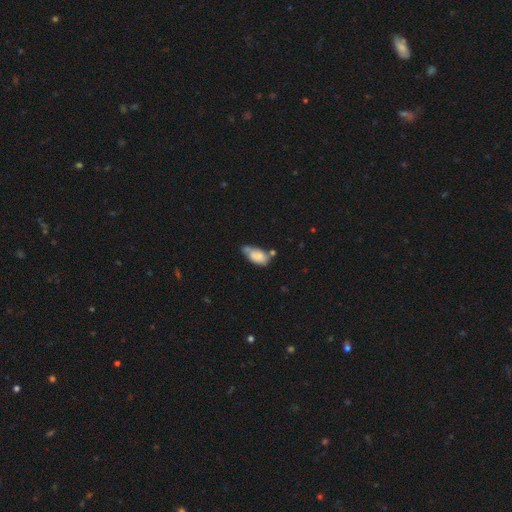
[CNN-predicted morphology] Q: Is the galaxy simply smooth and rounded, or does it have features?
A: smooth — 74%.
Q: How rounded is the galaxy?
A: in between — 90%.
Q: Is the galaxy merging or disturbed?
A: none — 35%.